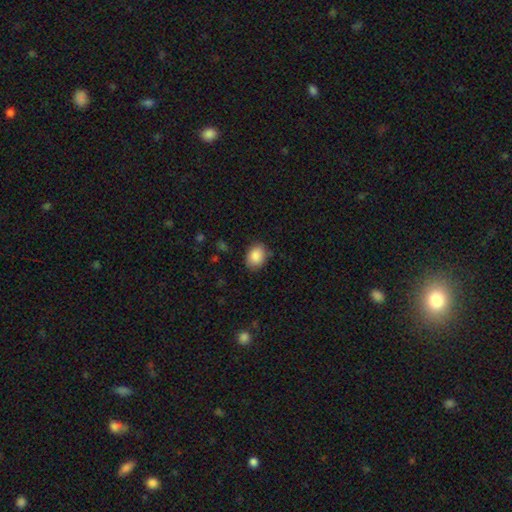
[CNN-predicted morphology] This is clearly a smooth galaxy (88%). How rounded: likely in between (63%). Merging: clearly none (81%).